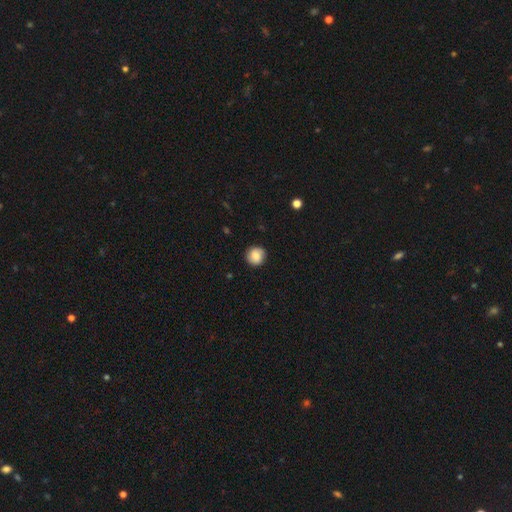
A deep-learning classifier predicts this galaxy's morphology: Q: Smooth or featured?
A: smooth (80%); runner-up: featured or disk (12%)
Q: How rounded?
A: round (91%); runner-up: in between (8%)
Q: Merging?
A: none (86%); runner-up: minor disturbance (11%)